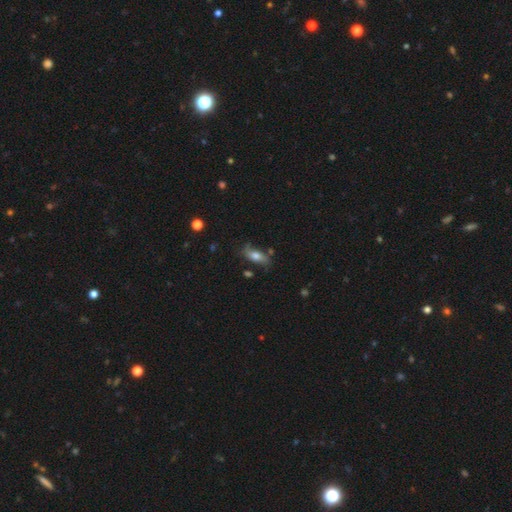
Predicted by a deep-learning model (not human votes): A smooth galaxy with no disk features (60%) that is in between round and cigar-shaped (70%).

Vote fractions:
- Smooth or featured? smooth: 60% / featured or disk: 32% / star or artifact: 8%
- How rounded? in between: 70% / cigar-shaped: 25% / round: 4%
- Merging? none: 65% / minor disturbance: 23% / major disturbance: 7% / merger: 5%